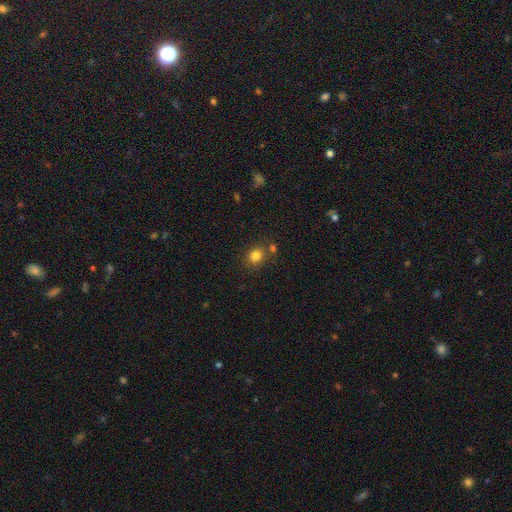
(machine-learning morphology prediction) Q: Smooth or featured?
A: smooth (81%); runner-up: star or artifact (13%)
Q: How rounded?
A: round (74%); runner-up: in between (25%)
Q: Merging?
A: none (74%); runner-up: merger (12%)